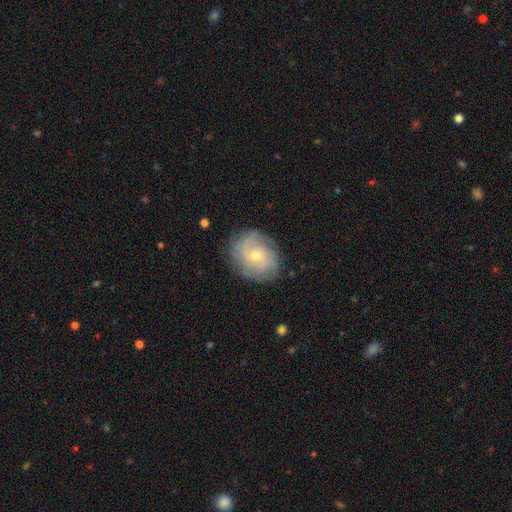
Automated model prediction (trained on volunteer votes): Overall: featured or disk (66%). Edge-on disk: no (97%). Bar: no (76%). Spiral arms: yes (85%). Spiral arm count: can't tell (46%; 2 23%). Spiral winding: tight (60%; medium 29%). Bulge size: small (64%; moderate 33%). Merging: none (79%).